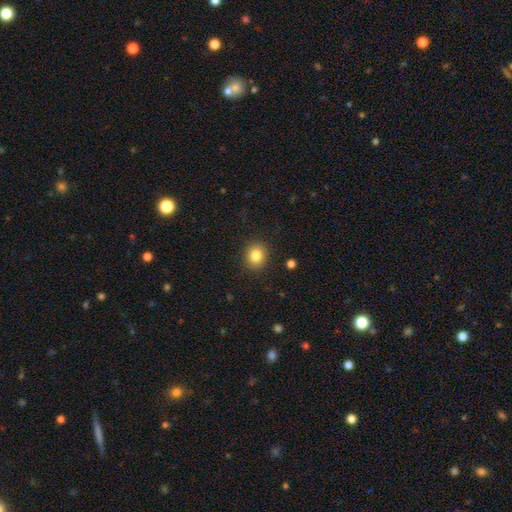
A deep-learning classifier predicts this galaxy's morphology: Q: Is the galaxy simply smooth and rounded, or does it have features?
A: smooth — 84%.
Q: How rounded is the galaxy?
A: round — 78%.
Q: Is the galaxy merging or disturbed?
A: none — 89%.